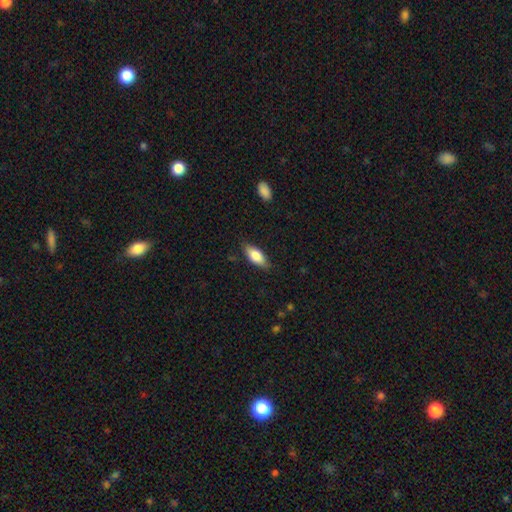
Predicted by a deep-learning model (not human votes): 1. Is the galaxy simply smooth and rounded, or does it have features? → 78% smooth, 16% featured or disk, 6% star or artifact.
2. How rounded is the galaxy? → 82% in between, 15% cigar-shaped, 3% round.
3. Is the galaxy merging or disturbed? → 81% none, 15% minor disturbance, 3% major disturbance, 1% merger.